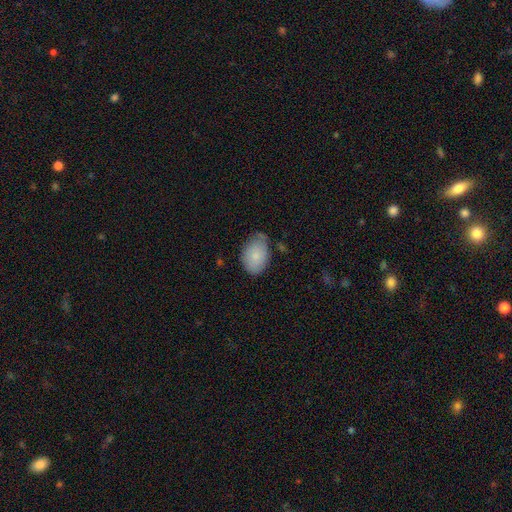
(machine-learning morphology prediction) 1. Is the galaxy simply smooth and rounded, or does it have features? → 83% smooth, 11% featured or disk, 6% star or artifact.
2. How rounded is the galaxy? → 88% in between, 11% round, 1% cigar-shaped.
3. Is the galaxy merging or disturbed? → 60% none, 31% minor disturbance, 6% major disturbance, 3% merger.